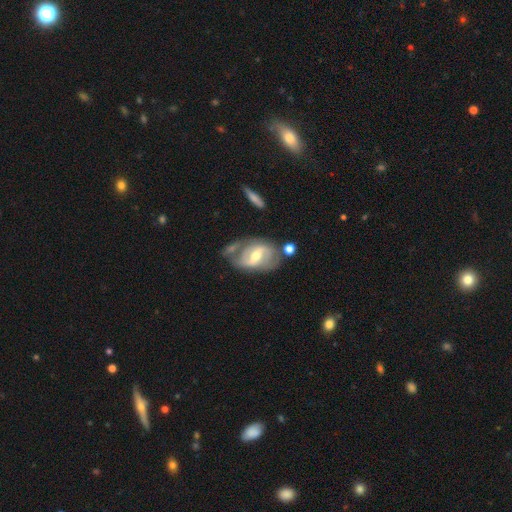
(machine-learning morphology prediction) Smooth or featured?
  - featured or disk: 76% *
  - smooth: 18%
  - star or artifact: 6%
Edge-on disk?
  - no: 94% *
  - yes: 6%
Bar?
  - strong: 48% *
  - weak: 40%
  - no: 13%
Spiral arms?
  - yes: 79% *
  - no: 21%
Spiral winding?
  - medium: 43% *
  - tight: 30%
  - loose: 27%
Spiral arm count?
  - 2: 75% *
  - can't tell: 16%
  - 1: 5%
  - 3: 3%
  - 4: 1%
  - more than 4: 1%
Bulge size?
  - moderate: 67% *
  - small: 25%
  - large: 7%
  - none: 1%
  - dominant: 1%
Merging?
  - none: 51% *
  - minor disturbance: 23%
  - merger: 13%
  - major disturbance: 13%